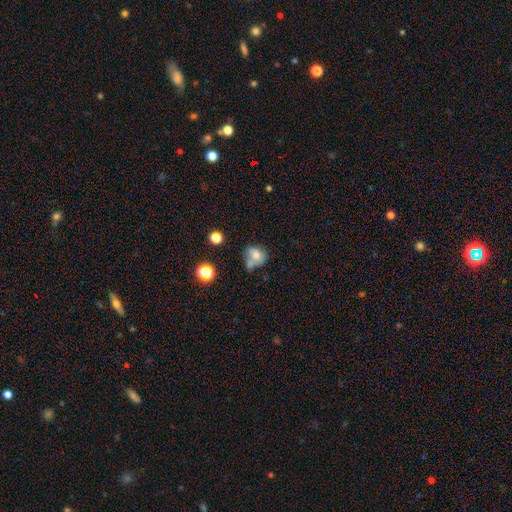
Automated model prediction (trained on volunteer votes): Smooth or featured? smooth (67%)
How rounded? round (54%)
Merging? merger (35%)